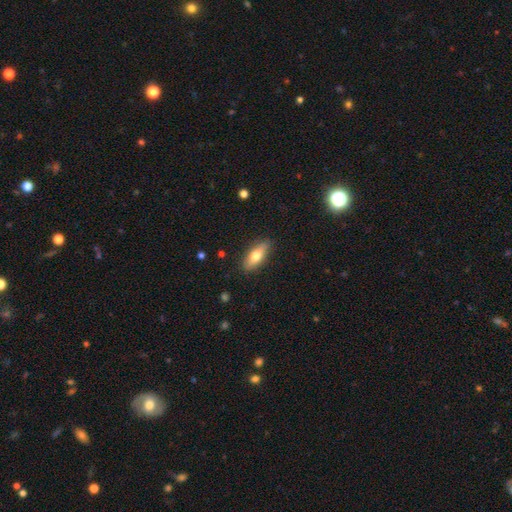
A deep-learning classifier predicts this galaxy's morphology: smooth 68%, featured or disk 25%, star or artifact 6%. Down the decision tree: how rounded — in between (69%); merging — none (87%).